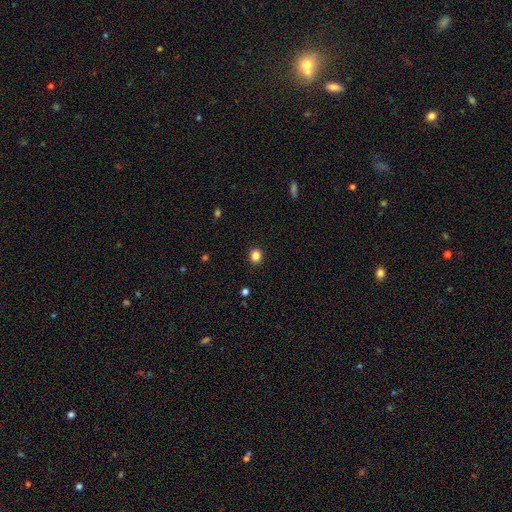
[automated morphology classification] This is clearly a smooth galaxy (85%). How rounded: clearly round (83%). Merging: clearly none (92%).